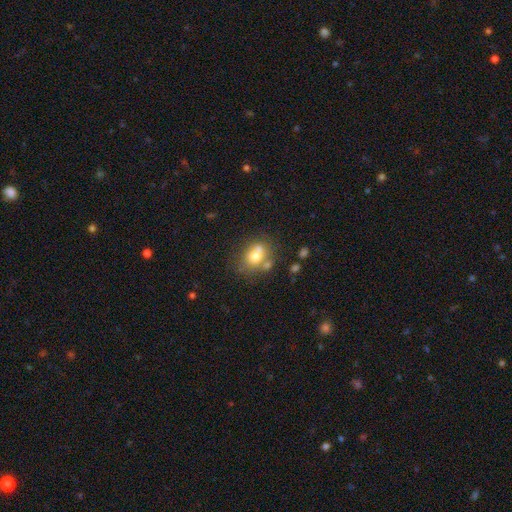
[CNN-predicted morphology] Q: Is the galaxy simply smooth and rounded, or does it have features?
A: smooth — 69%.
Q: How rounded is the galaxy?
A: round — 52%.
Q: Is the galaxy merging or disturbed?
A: none — 46%.